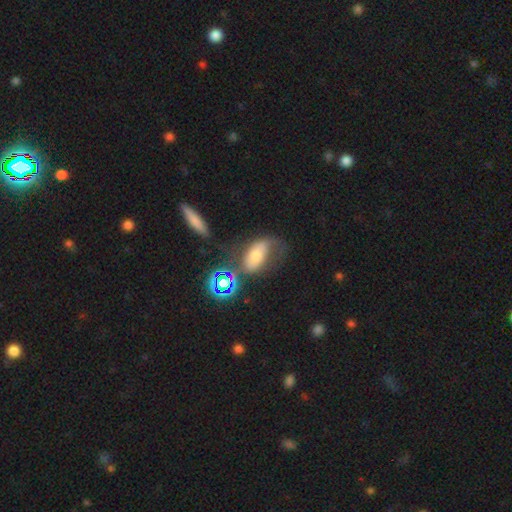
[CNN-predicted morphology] The model was most divided on "merging": none: 34%, major disturbance: 30%, minor disturbance: 25%, merger: 11%. Remaining: smooth or featured — smooth (48%).